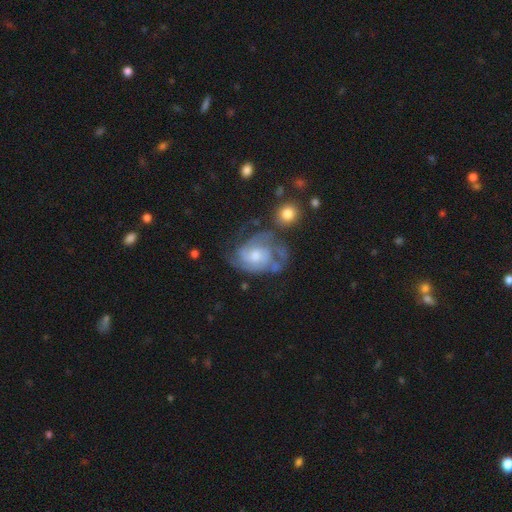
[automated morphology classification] A featured or disk galaxy (80%) with no bar (64%), can't tell (29%, tied with 2) tight (45%) spiral arms (90%) and a moderate central bulge (52%). Merging: none (41%).